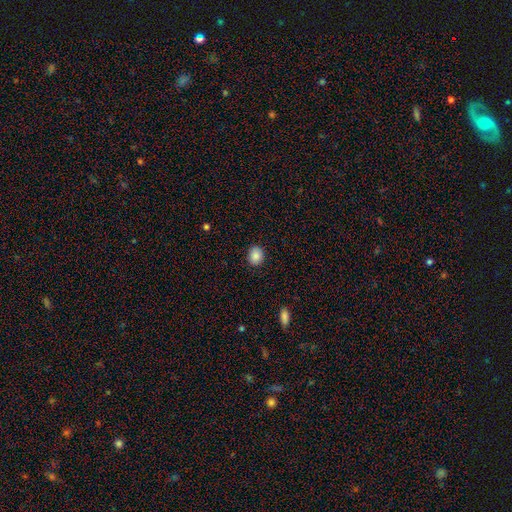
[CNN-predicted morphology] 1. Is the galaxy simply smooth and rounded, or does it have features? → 87% smooth, 8% star or artifact, 4% featured or disk.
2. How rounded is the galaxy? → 64% round, 35% in between, 1% cigar-shaped.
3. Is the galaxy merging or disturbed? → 90% none, 7% minor disturbance, 2% major disturbance, 1% merger.